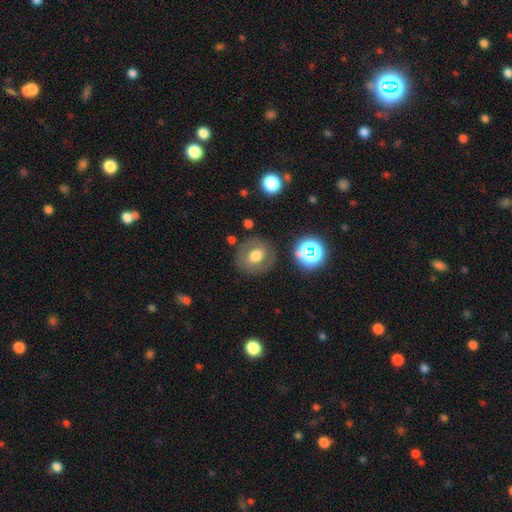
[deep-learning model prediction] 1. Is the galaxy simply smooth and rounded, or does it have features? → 60% smooth, 28% featured or disk, 12% star or artifact.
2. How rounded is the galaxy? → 82% round, 17% in between, 1% cigar-shaped.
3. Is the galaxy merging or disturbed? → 81% none, 11% minor disturbance, 5% major disturbance, 3% merger.